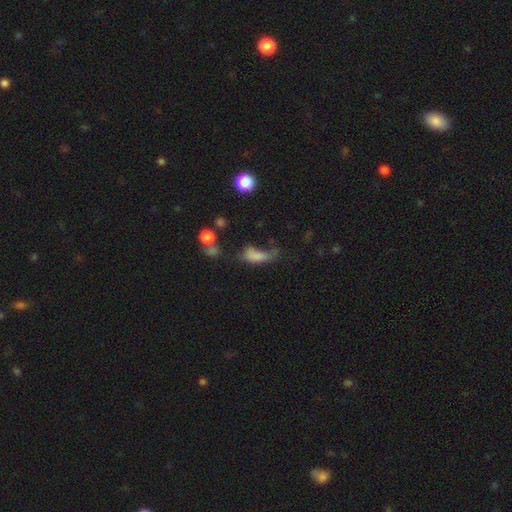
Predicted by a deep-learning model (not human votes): Smooth or featured: smooth — 70% (featured or disk — 17%)
How rounded: in between — 72% (cigar-shaped — 21%)
Merging: major disturbance — 41% (none — 24%)